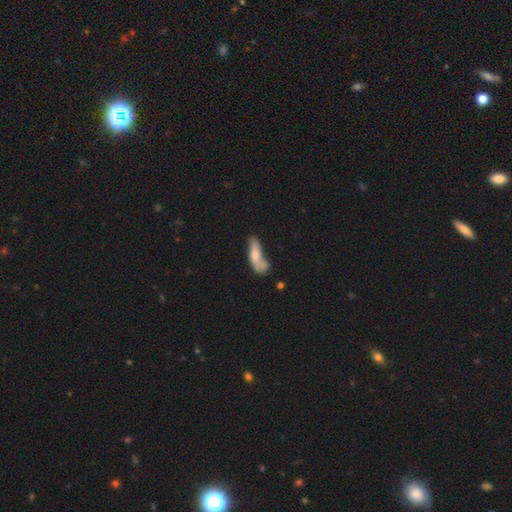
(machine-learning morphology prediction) Smooth or featured? smooth (66%)
How rounded? in between (51%)
Merging? none (35%)